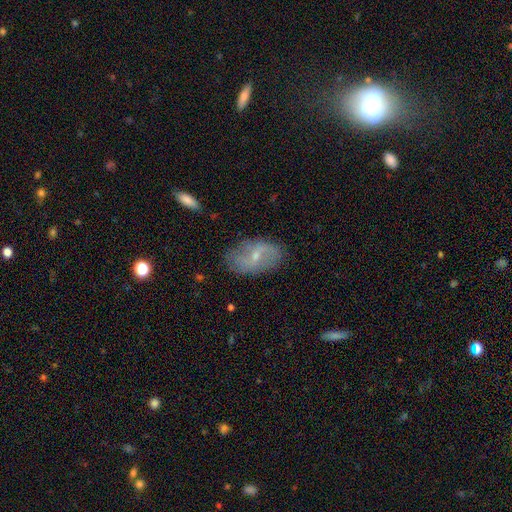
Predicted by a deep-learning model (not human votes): Smooth or featured?
  - featured or disk: 61% *
  - smooth: 31%
  - star or artifact: 8%
Edge-on disk?
  - no: 94% *
  - yes: 6%
Bar?
  - weak: 51% *
  - no: 29%
  - strong: 20%
Spiral arms?
  - yes: 72% *
  - no: 28%
Bulge size?
  - small: 68% *
  - moderate: 26%
  - none: 4%
  - large: 1%
  - dominant: 1%
Merging?
  - none: 74% *
  - minor disturbance: 18%
  - major disturbance: 6%
  - merger: 2%